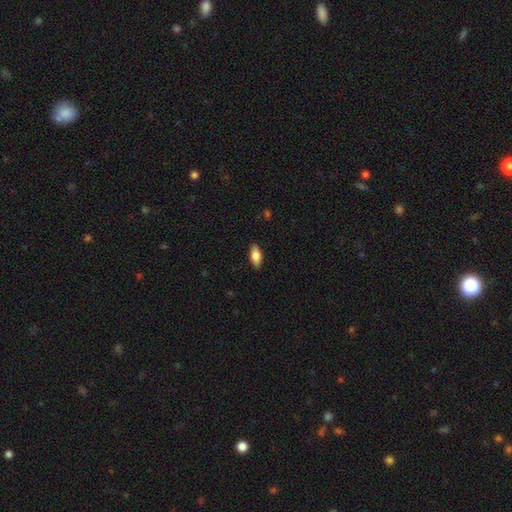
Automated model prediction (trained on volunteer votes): A smooth galaxy with no disk features (79%) that is in between round and cigar-shaped (84%). Merging: none (88%).